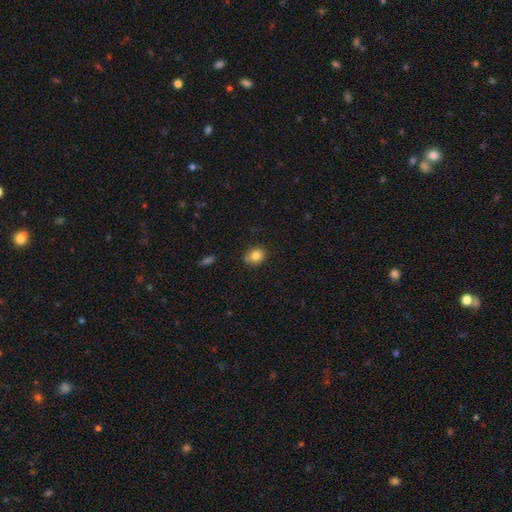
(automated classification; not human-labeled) smooth-or-featured: smooth: 82% | star or artifact: 10% | featured or disk: 8%
  how-rounded: round: 58% | in between: 41% | cigar-shaped: 1%
  merging: none: 72% | minor disturbance: 18% | merger: 7% | major disturbance: 4%